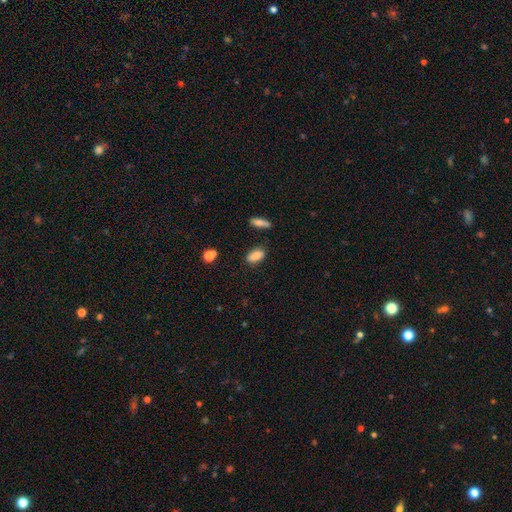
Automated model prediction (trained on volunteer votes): Smooth or featured?
  - smooth: 85% *
  - star or artifact: 9%
  - featured or disk: 6%
How rounded?
  - in between: 87% *
  - cigar-shaped: 9%
  - round: 4%
Merging?
  - none: 80% *
  - minor disturbance: 14%
  - merger: 4%
  - major disturbance: 3%